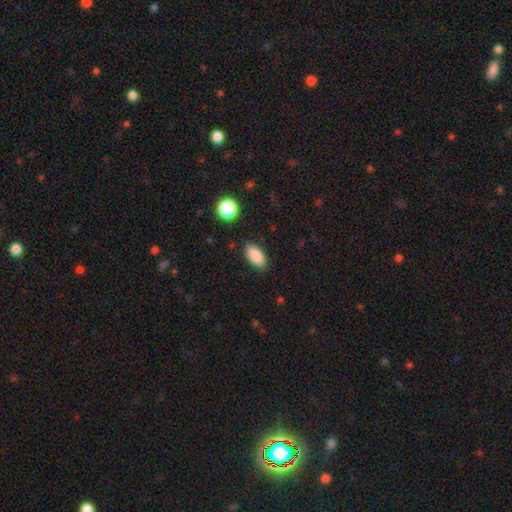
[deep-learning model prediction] smooth-or-featured: smooth: 88% | star or artifact: 8% | featured or disk: 4%
  how-rounded: in between: 91% | cigar-shaped: 6% | round: 3%
  merging: none: 87% | minor disturbance: 9% | major disturbance: 2% | merger: 1%